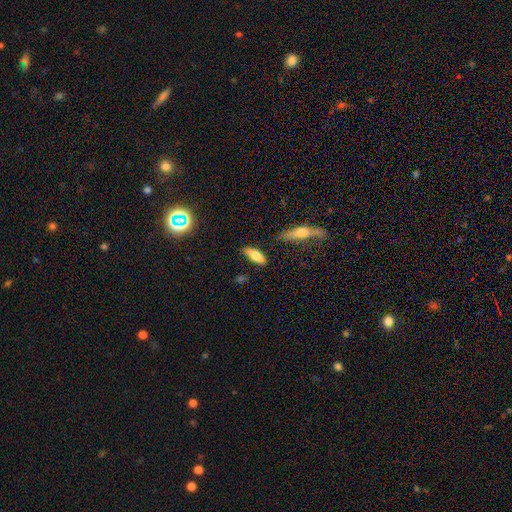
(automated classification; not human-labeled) Q: Smooth or featured?
A: smooth (71%); runner-up: featured or disk (21%)
Q: How rounded?
A: in between (69%); runner-up: cigar-shaped (28%)
Q: Merging?
A: none (77%); runner-up: minor disturbance (16%)